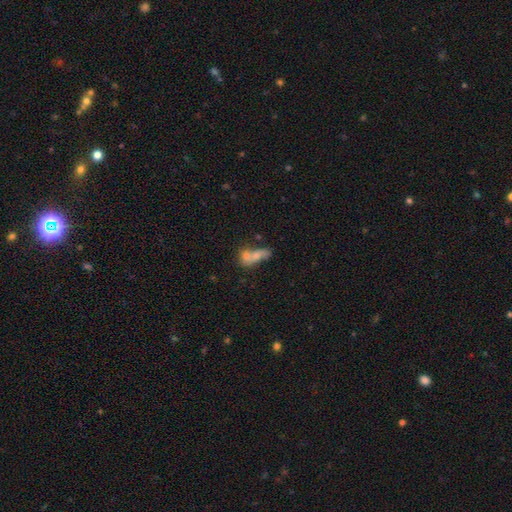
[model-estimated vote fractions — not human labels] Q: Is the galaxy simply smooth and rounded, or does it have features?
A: smooth — 59%.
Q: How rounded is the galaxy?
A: in between — 57%.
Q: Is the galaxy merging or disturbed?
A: merger — 59%.